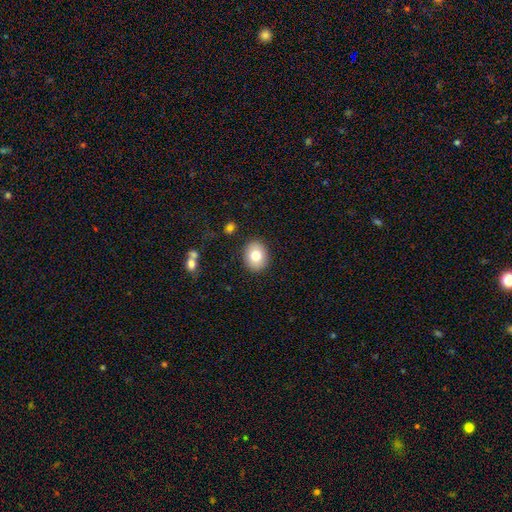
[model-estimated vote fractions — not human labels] Overall: smooth (79%). How rounded: round (54%; in between 45%). Merging: none (89%).